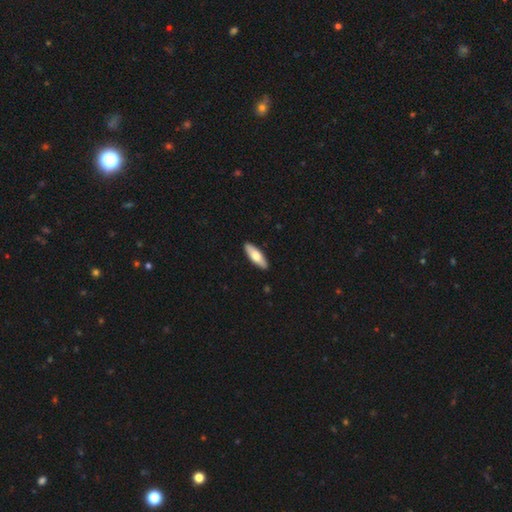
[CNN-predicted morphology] Q: Smooth or featured?
A: smooth (69%); runner-up: featured or disk (27%)
Q: How rounded?
A: in between (57%); runner-up: cigar-shaped (41%)
Q: Merging?
A: none (91%); runner-up: minor disturbance (7%)